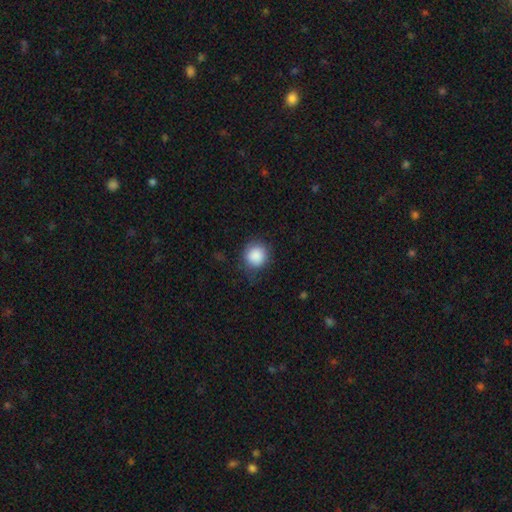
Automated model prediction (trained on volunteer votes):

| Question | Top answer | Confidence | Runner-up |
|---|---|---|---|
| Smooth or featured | smooth | 88% | star or artifact (8%) |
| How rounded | round | 89% | in between (10%) |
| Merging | none | 78% | minor disturbance (16%) |